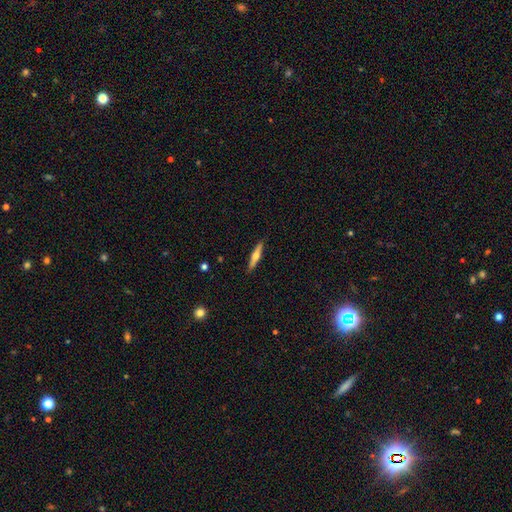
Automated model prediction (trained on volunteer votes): A featured or disk galaxy (53%) viewed edge-on (96%) with a rounded central bulge (90%). Merging: none (90%).